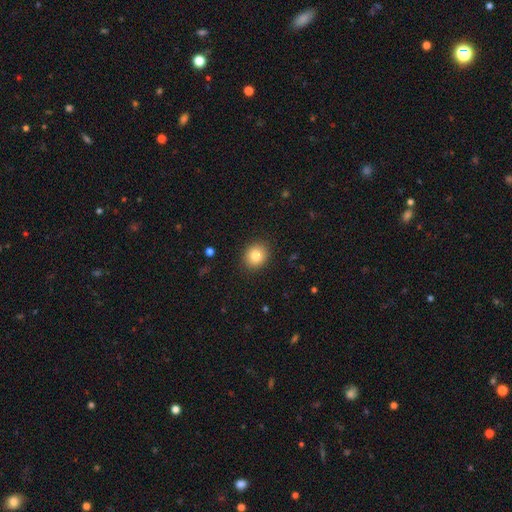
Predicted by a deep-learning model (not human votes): smooth-or-featured: smooth: 82% | star or artifact: 10% | featured or disk: 9%
  how-rounded: round: 74% | in between: 25% | cigar-shaped: 1%
  merging: none: 89% | minor disturbance: 7% | major disturbance: 2% | merger: 1%